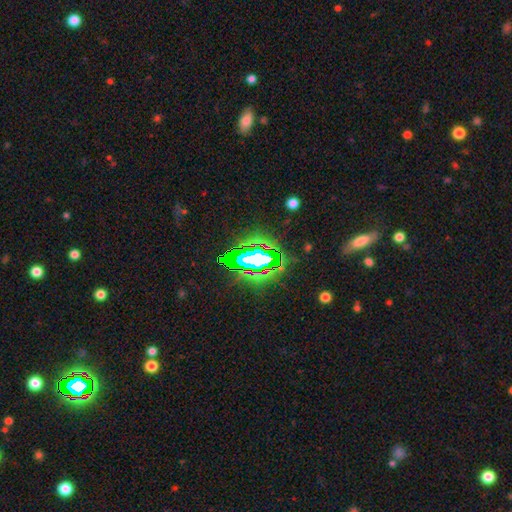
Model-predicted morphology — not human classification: Smooth or featured? star or artifact (66%)